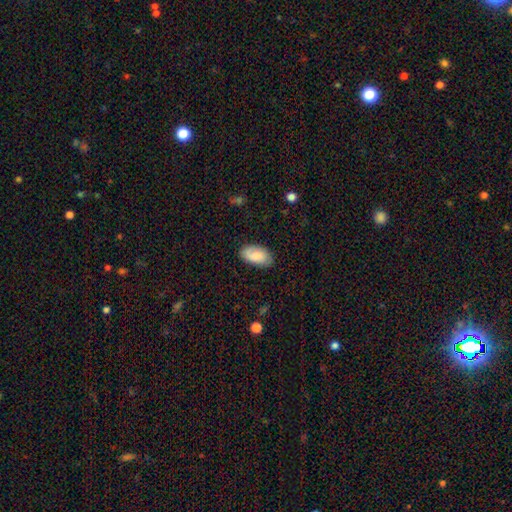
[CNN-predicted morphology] The model was most divided on "merging": none: 83%, minor disturbance: 13%, major disturbance: 3%, merger: 1%. More confident: how rounded — in between (95%); smooth or featured — smooth (83%).